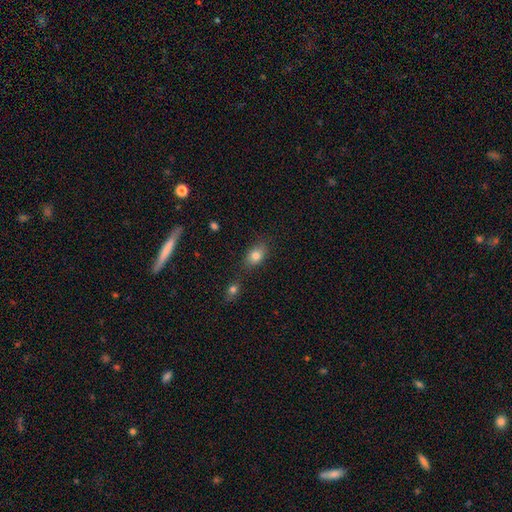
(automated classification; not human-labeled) Q: Smooth or featured?
A: smooth (81%); runner-up: star or artifact (10%)
Q: How rounded?
A: in between (78%); runner-up: round (20%)
Q: Merging?
A: none (71%); runner-up: minor disturbance (14%)